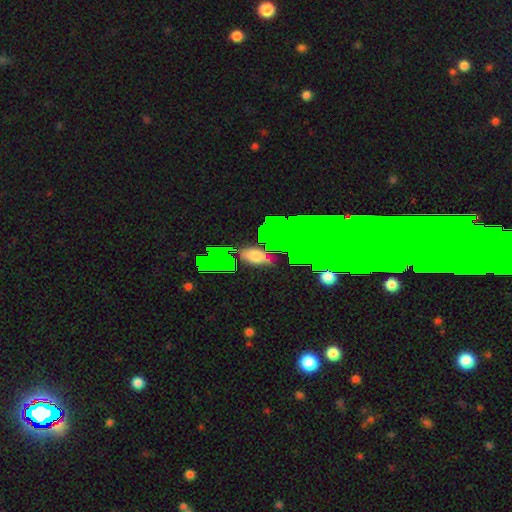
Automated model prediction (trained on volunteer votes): Smooth or featured?
  - smooth: 36% *
  - featured or disk: 34%
  - star or artifact: 30%
Merging?
  - none: 81% *
  - minor disturbance: 10%
  - major disturbance: 5%
  - merger: 4%